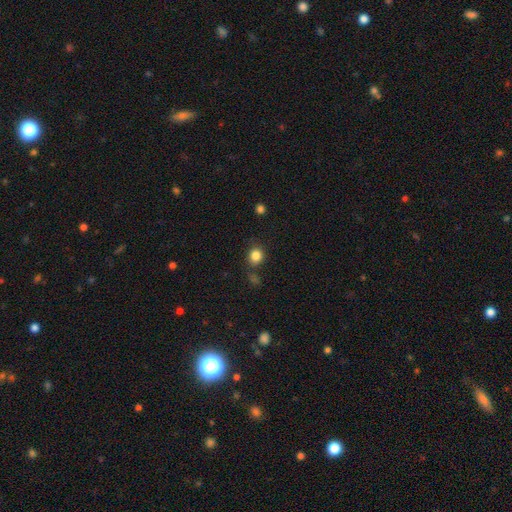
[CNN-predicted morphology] Smooth or featured?
  - smooth: 84% *
  - star or artifact: 11%
  - featured or disk: 5%
How rounded?
  - round: 79% *
  - in between: 20%
  - cigar-shaped: 1%
Merging?
  - none: 78% *
  - minor disturbance: 13%
  - merger: 6%
  - major disturbance: 4%